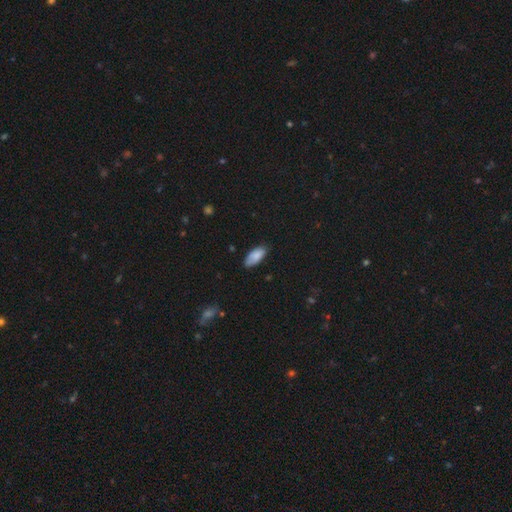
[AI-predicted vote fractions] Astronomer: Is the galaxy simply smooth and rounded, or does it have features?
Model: smooth — 85%.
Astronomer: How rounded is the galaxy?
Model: in between — 88%.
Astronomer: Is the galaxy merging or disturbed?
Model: none — 75%.